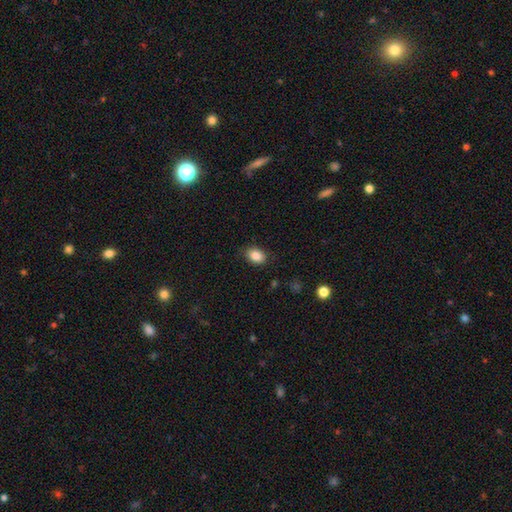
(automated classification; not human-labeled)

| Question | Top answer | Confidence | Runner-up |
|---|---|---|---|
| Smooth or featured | smooth | 86% | star or artifact (8%) |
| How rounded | in between | 76% | round (23%) |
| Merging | none | 84% | minor disturbance (12%) |